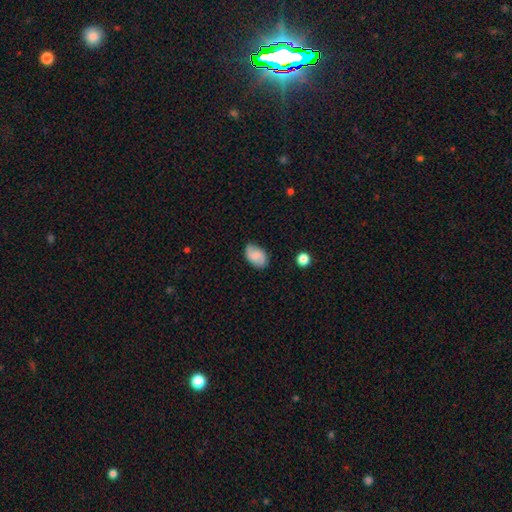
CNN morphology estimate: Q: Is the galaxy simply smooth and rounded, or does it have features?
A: smooth — 65%.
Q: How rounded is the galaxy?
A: in between — 89%.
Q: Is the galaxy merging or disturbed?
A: none — 79%.